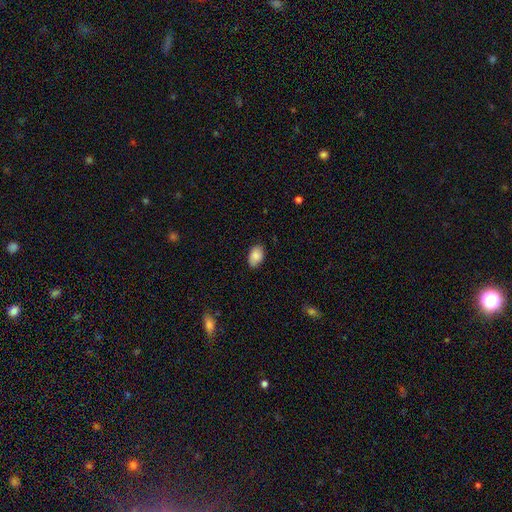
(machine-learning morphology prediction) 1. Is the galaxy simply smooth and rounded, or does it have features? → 85% smooth, 8% featured or disk, 7% star or artifact.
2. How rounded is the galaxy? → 87% in between, 11% round, 1% cigar-shaped.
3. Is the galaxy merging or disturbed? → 79% none, 17% minor disturbance, 3% major disturbance, 1% merger.